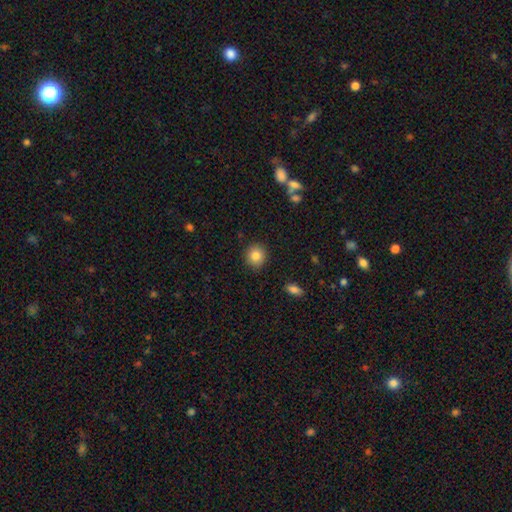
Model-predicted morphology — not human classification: smooth-or-featured: smooth: 84% | star or artifact: 10% | featured or disk: 6%
  how-rounded: round: 87% | in between: 12% | cigar-shaped: 1%
  merging: none: 90% | minor disturbance: 7% | major disturbance: 2% | merger: 1%